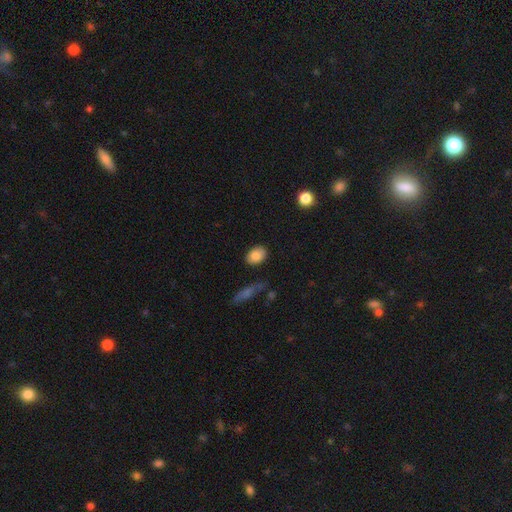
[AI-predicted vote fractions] Morphology: type=smooth (82%); roundness=in between (76%); merging=none (82%).